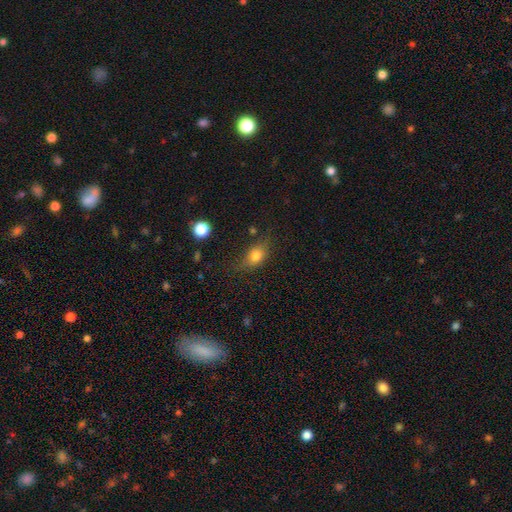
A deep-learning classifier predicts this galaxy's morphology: Overall: smooth (75%). How rounded: in between (69%). Merging: none (62%; minor disturbance 26%).